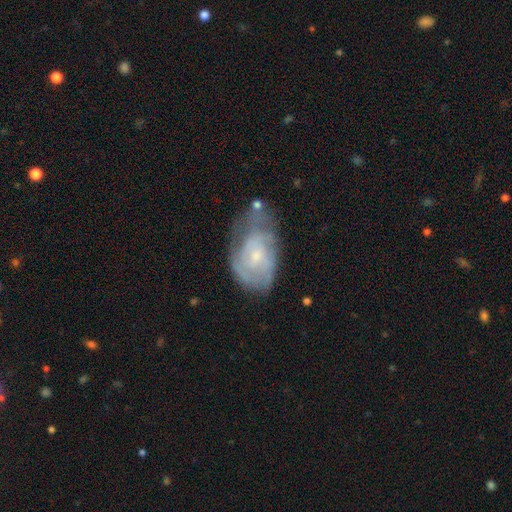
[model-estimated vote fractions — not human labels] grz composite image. It shows a featured or disk galaxy (67%) with no bar (66%), spiral arms (76%) and a small central bulge (61%). Merging: none (42%).